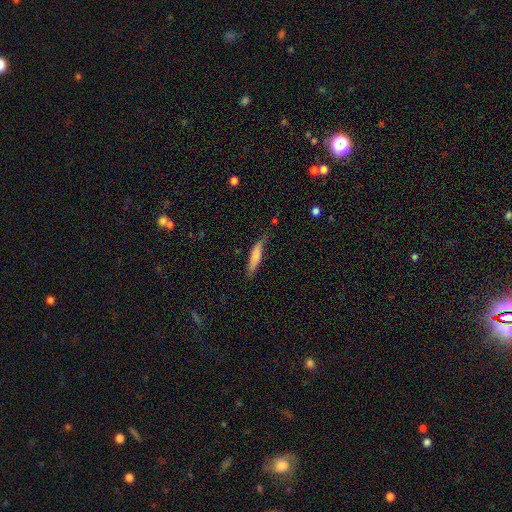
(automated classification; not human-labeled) smooth-or-featured: smooth: 71% | featured or disk: 23% | star or artifact: 6%
  how-rounded: cigar-shaped: 82% | in between: 16% | round: 2%
  merging: none: 72% | minor disturbance: 22% | major disturbance: 4% | merger: 2%